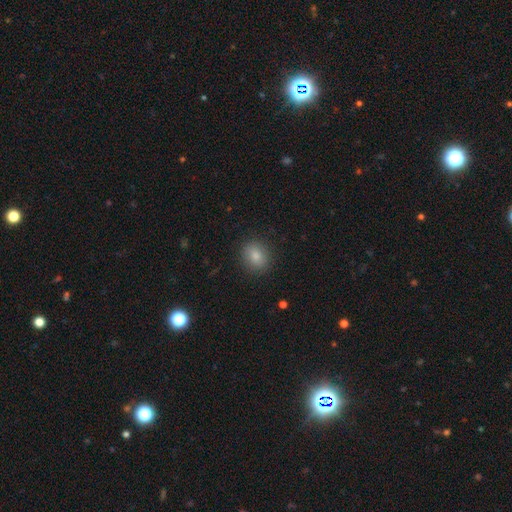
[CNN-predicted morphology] Q: Smooth or featured?
A: smooth (83%); runner-up: star or artifact (9%)
Q: How rounded?
A: round (65%); runner-up: in between (34%)
Q: Merging?
A: none (88%); runner-up: minor disturbance (9%)